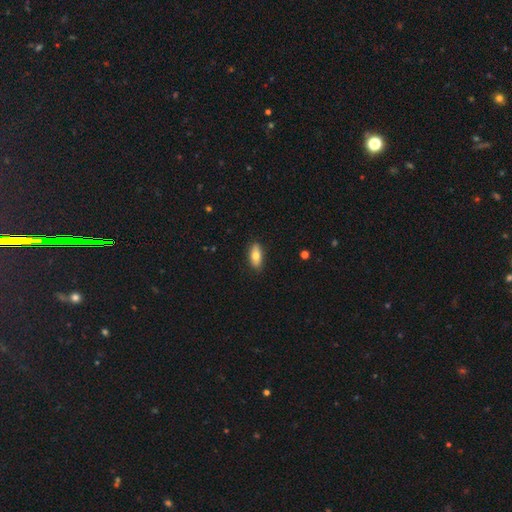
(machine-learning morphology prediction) smooth_or_featured: smooth (p=0.74) [alt: featured or disk p=0.20]
how_rounded: in between (p=0.79) [alt: cigar-shaped p=0.18]
merging: none (p=0.88) [alt: minor disturbance p=0.10]